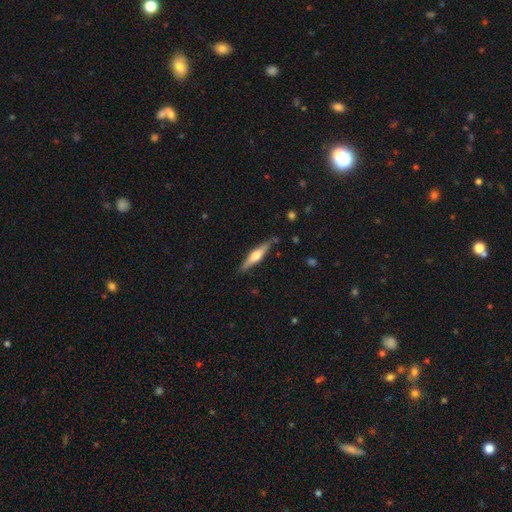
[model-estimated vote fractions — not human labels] Smooth or featured? Predicted: featured or disk (p=0.62). Edge-on disk? Predicted: yes (p=0.97). Edge-on bulge? Predicted: rounded (p=0.82). Merging? Predicted: none (p=0.86).